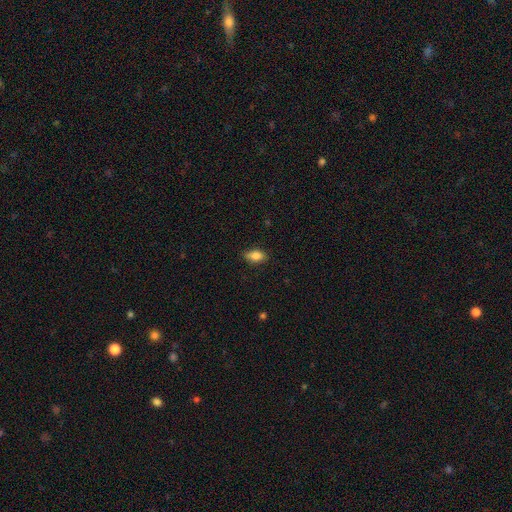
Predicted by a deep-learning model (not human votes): The model was most divided on "merging": none: 85%, minor disturbance: 12%, major disturbance: 2%, merger: 1%. More confident: how rounded — in between (89%); smooth or featured — smooth (85%).